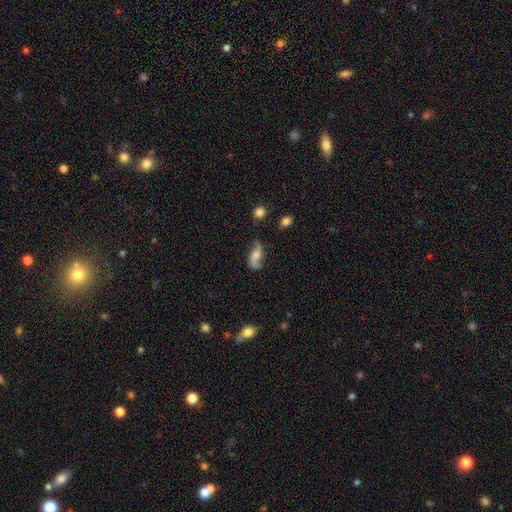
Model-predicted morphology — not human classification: The model was most divided on "bulge size": moderate: 45%, small: 28%, none: 14%, large: 11%, dominant: 2%. More confident: edge-on disk — no (94%); spiral arms — yes (93%); spiral arm count — 2 (89%); spiral winding — loose (81%); smooth or featured — featured or disk (69%); merging — none (63%); bar — no (57%).